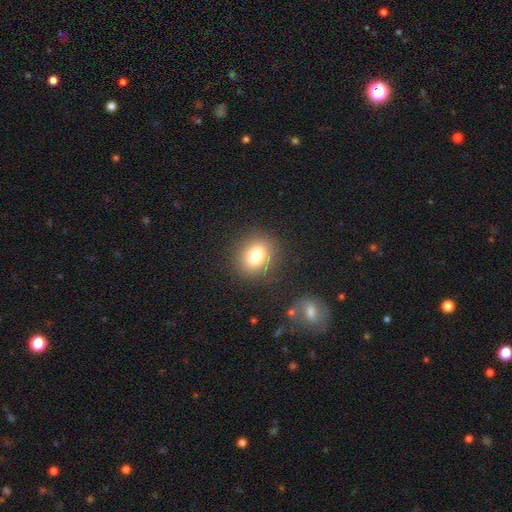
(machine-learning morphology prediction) The model was most divided on "how rounded": round: 59%, in between: 40%, cigar-shaped: 1%. More confident: merging — none (86%); smooth or featured — smooth (79%).